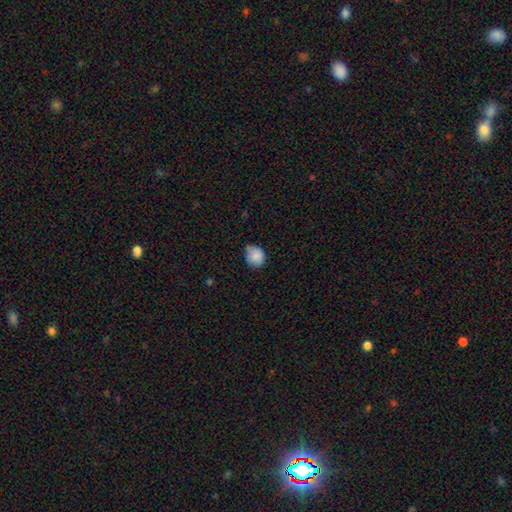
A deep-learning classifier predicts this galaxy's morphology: This appears to be a smooth galaxy with no disk features (87%) that is round (71%). Merging: none (63%).